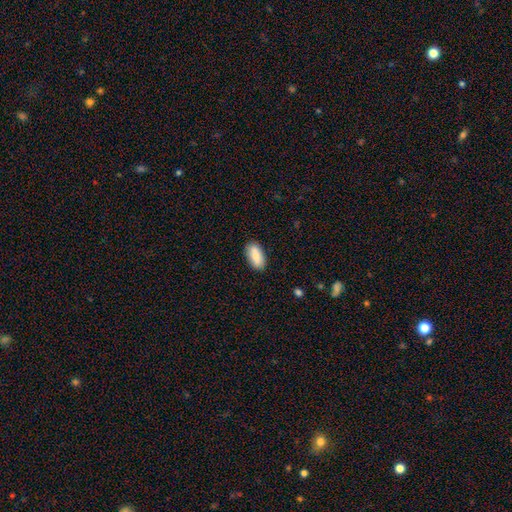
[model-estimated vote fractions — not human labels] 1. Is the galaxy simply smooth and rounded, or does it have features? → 86% smooth, 8% featured or disk, 6% star or artifact.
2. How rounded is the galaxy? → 89% in between, 9% cigar-shaped, 2% round.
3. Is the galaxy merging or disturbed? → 87% none, 10% minor disturbance, 2% major disturbance, 1% merger.